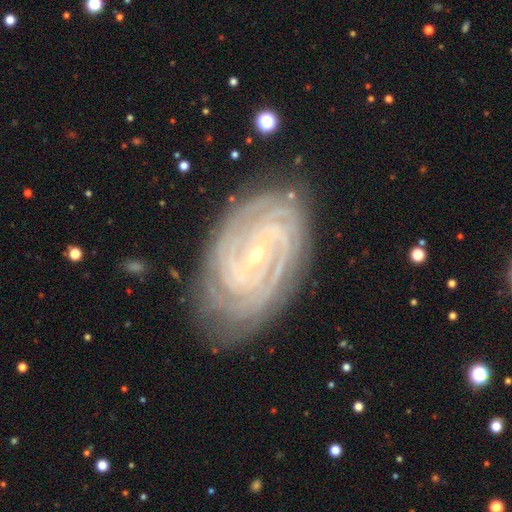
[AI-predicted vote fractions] Q: Smooth or featured?
A: featured or disk (91%); runner-up: star or artifact (6%)
Q: Edge-on disk?
A: no (97%); runner-up: yes (3%)
Q: Bar?
A: no (43%); runner-up: weak (35%)
Q: Spiral arms?
A: yes (98%); runner-up: no (2%)
Q: Spiral winding?
A: tight (84%); runner-up: medium (14%)
Q: Spiral arm count?
A: 4 (22%); runner-up: 2 (21%)
Q: Bulge size?
A: small (83%); runner-up: moderate (13%)
Q: Merging?
A: none (82%); runner-up: minor disturbance (14%)